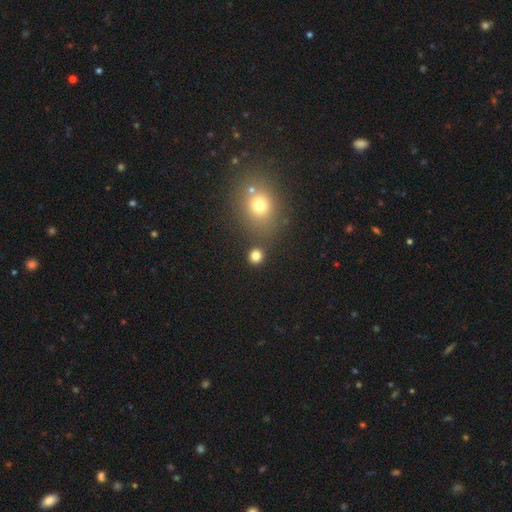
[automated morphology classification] Smooth or featured?
  - smooth: 80% *
  - star or artifact: 15%
  - featured or disk: 5%
How rounded?
  - round: 87% *
  - in between: 12%
  - cigar-shaped: 1%
Merging?
  - none: 82% *
  - merger: 8%
  - minor disturbance: 7%
  - major disturbance: 3%